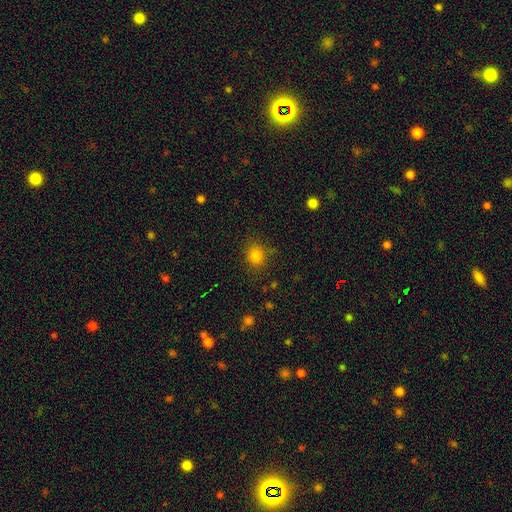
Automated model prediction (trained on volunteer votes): Smooth or featured? Predicted: smooth (p=0.82). How rounded? Predicted: round (p=0.79). Merging? Predicted: none (p=0.80).